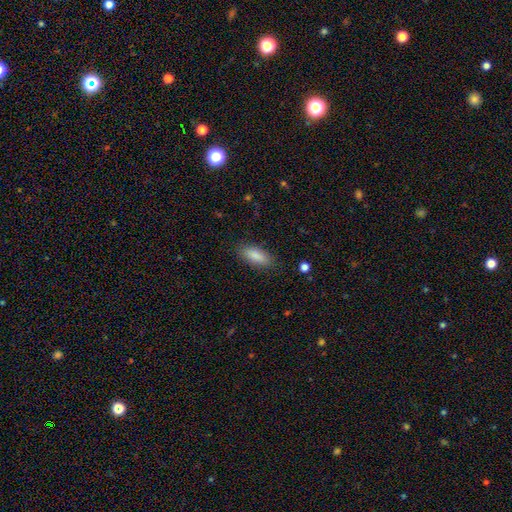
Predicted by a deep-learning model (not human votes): Q: Smooth or featured?
A: smooth (88%); runner-up: star or artifact (6%)
Q: How rounded?
A: in between (78%); runner-up: cigar-shaped (20%)
Q: Merging?
A: none (87%); runner-up: minor disturbance (9%)